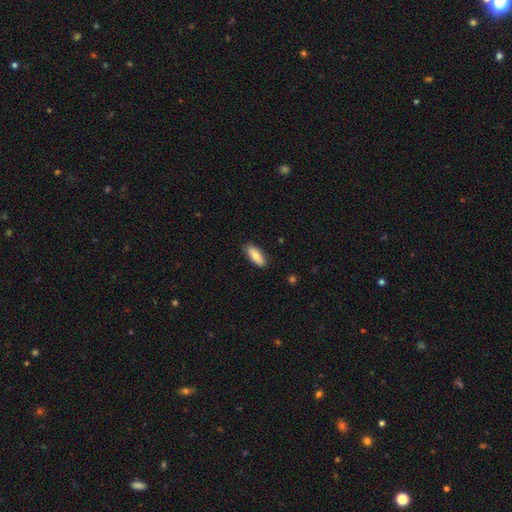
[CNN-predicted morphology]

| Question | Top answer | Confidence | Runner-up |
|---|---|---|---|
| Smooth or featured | smooth | 82% | featured or disk (12%) |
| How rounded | in between | 75% | cigar-shaped (22%) |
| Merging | none | 87% | minor disturbance (10%) |